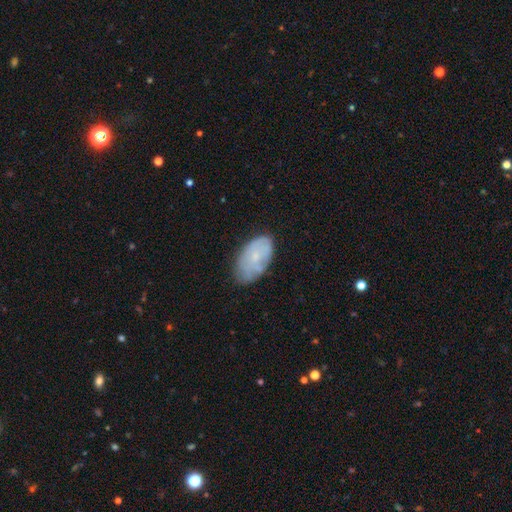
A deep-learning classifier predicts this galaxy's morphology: The model was most divided on "smooth or featured": smooth: 57%, featured or disk: 36%, star or artifact: 8%. More confident: how rounded — in between (94%); merging — none (65%).